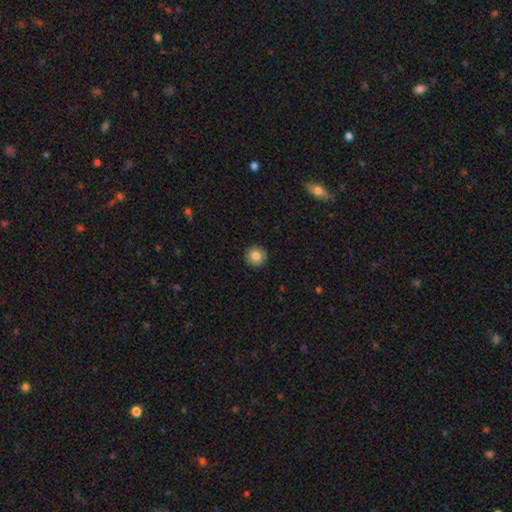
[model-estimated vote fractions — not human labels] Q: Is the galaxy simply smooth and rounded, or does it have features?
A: smooth — 83%.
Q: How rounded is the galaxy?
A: round — 95%.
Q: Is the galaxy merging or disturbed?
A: none — 92%.